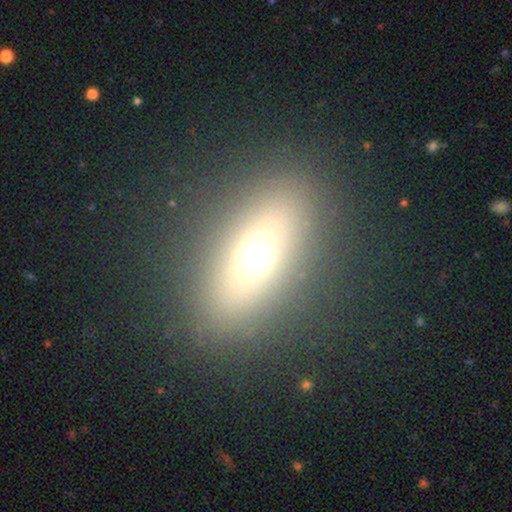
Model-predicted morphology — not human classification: Smooth or featured? smooth (55%)
How rounded? in between (66%)
Merging? none (87%)